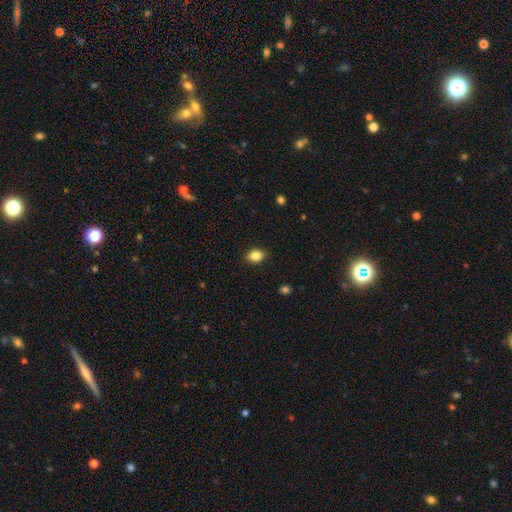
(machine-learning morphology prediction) smooth-or-featured: smooth: 85% | star or artifact: 9% | featured or disk: 6%
  how-rounded: in between: 66% | round: 33% | cigar-shaped: 1%
  merging: none: 89% | minor disturbance: 8% | major disturbance: 2% | merger: 1%